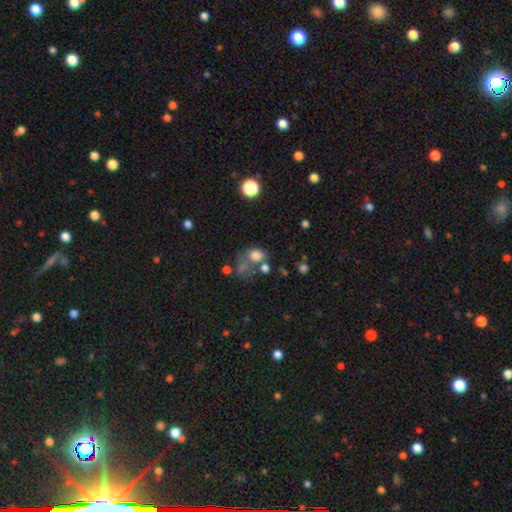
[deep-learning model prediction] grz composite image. It shows a smooth galaxy with no disk features (72%) that is round (50%). Merging: none (38%).